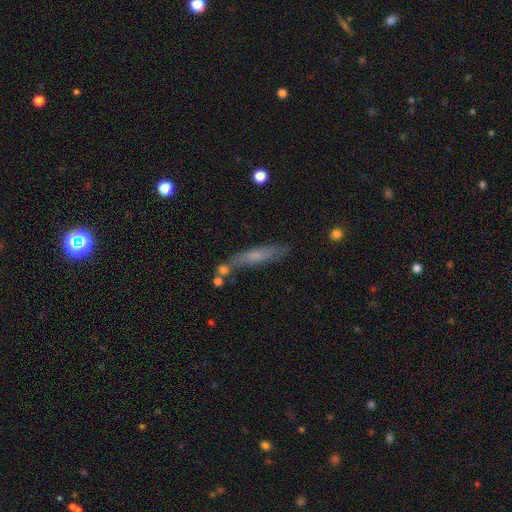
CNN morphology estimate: The model was most divided on "smooth or featured": smooth: 54%, featured or disk: 38%, star or artifact: 8%. More confident: how rounded — cigar-shaped (85%); merging — none (68%).